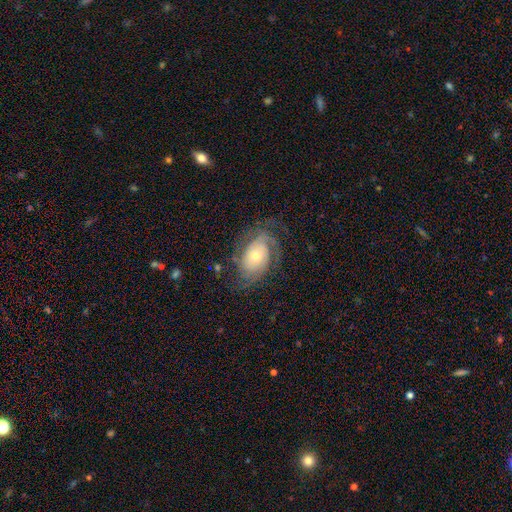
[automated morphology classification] Smooth or featured? Predicted: featured or disk (p=0.82). Edge-on disk? Predicted: no (p=0.96). Bar? Predicted: no (p=0.76). Spiral arms? Predicted: yes (p=0.95). Spiral winding? Predicted: tight (p=0.52). Spiral arm count? Predicted: 2 (p=0.34). Bulge size? Predicted: small (p=0.49). Merging? Predicted: none (p=0.69).